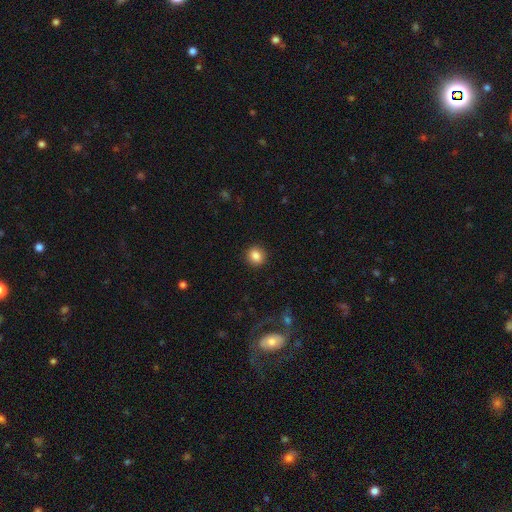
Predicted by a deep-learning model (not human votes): smooth 85%, star or artifact 10%, featured or disk 5%. Down the decision tree: how rounded — round (85%); merging — none (92%).